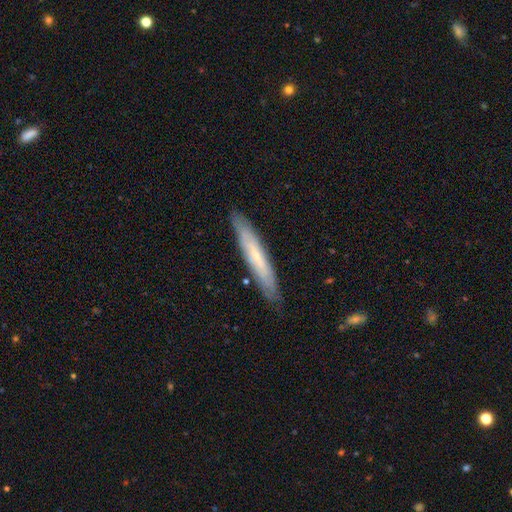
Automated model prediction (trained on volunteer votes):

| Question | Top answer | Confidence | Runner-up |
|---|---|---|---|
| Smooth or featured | featured or disk | 48% | smooth (46%) |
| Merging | none | 87% | minor disturbance (10%) |